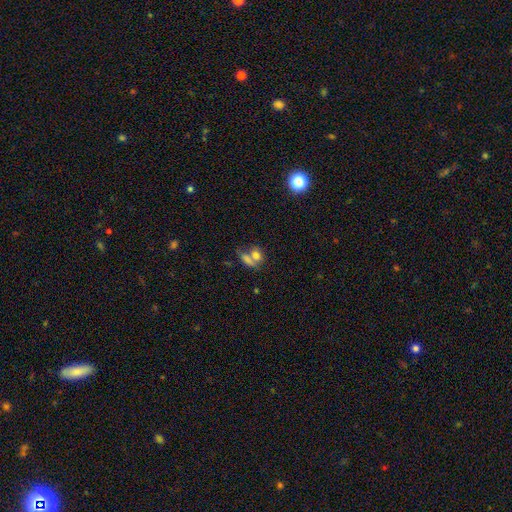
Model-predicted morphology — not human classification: Q: Smooth or featured?
A: smooth (74%); runner-up: featured or disk (14%)
Q: How rounded?
A: in between (61%); runner-up: round (31%)
Q: Merging?
A: merger (54%); runner-up: none (31%)